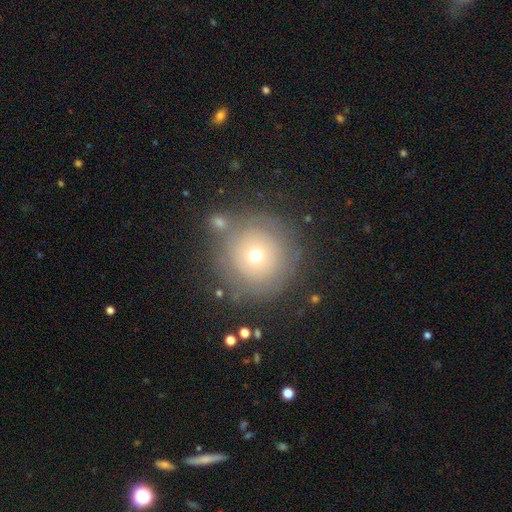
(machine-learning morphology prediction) type=smooth (60%); roundness=round (95%); merging=none (72%).